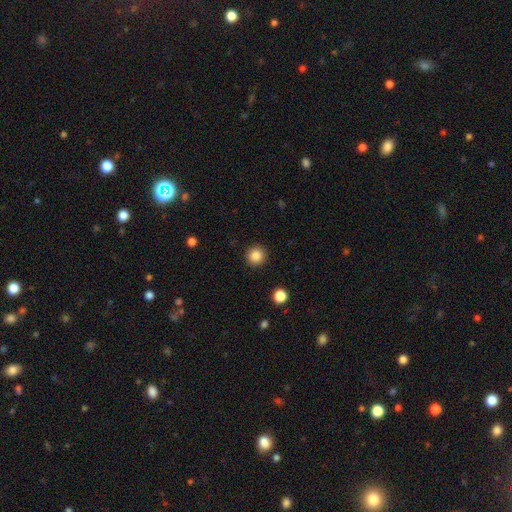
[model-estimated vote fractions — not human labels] This appears to be a smooth galaxy with no disk features (85%) that is round (95%). Merging: none (92%).